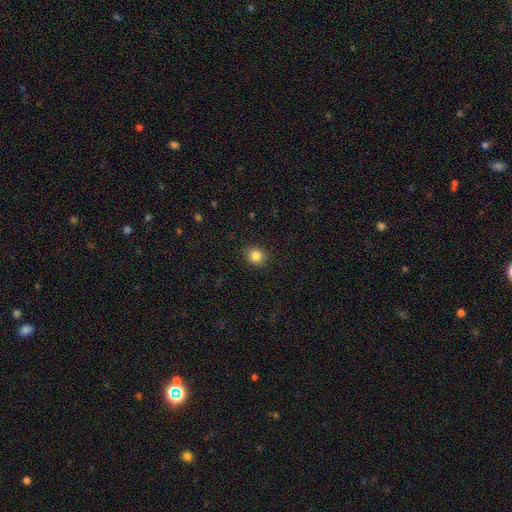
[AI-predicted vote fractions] smooth_or_featured: smooth (p=0.84) [alt: star or artifact p=0.11]
how_rounded: round (p=0.84) [alt: in between p=0.15]
merging: none (p=0.90) [alt: minor disturbance p=0.07]